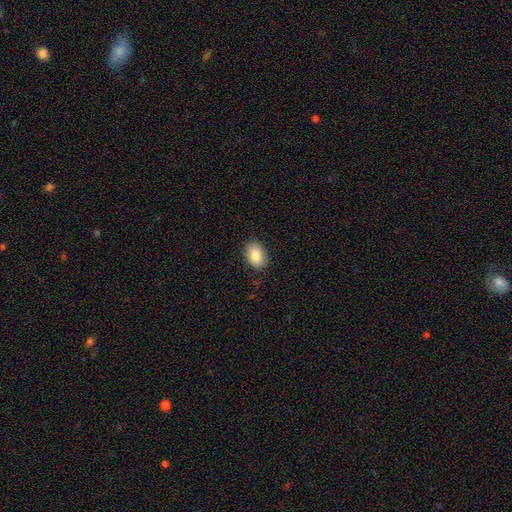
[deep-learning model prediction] A smooth galaxy with no disk features (85%) that is in between round and cigar-shaped (82%). Merging: none (88%).